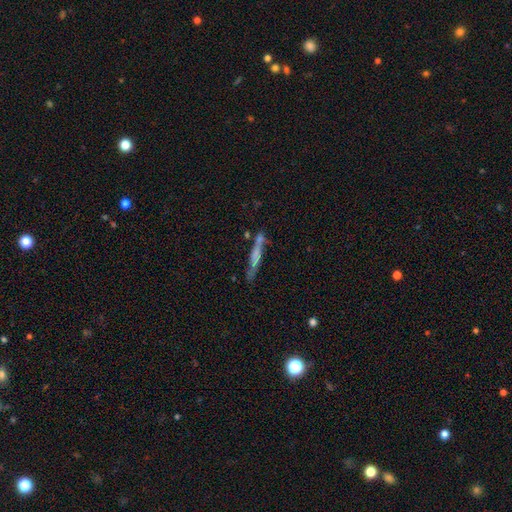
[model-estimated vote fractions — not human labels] Smooth or featured? Predicted: smooth (p=0.52). How rounded? Predicted: cigar-shaped (p=0.90). Merging? Predicted: none (p=0.54).